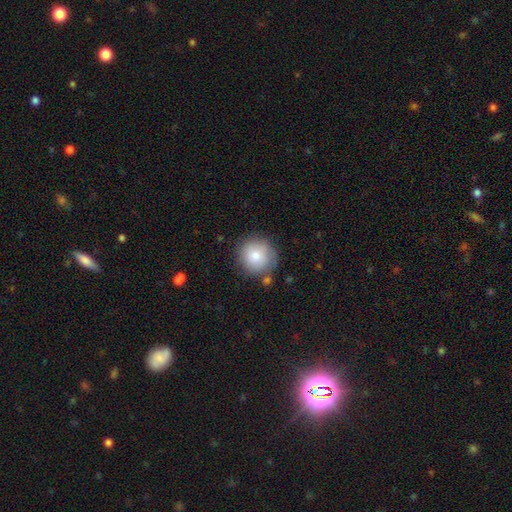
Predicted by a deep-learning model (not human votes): A smooth galaxy with no disk features (78%) that is round (94%).

Vote fractions:
- Smooth or featured? smooth: 78% / featured or disk: 15% / star or artifact: 8%
- How rounded? round: 94% / in between: 5% / cigar-shaped: 1%
- Merging? none: 80% / minor disturbance: 13% / merger: 4% / major disturbance: 4%